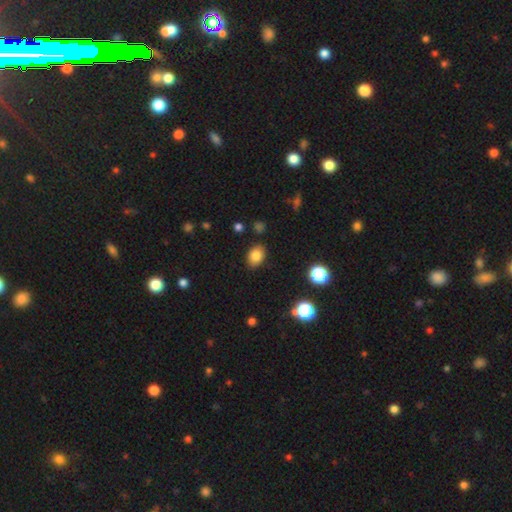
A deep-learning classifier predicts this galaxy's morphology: Smooth or featured? Predicted: smooth (p=0.83). How rounded? Predicted: in between (p=0.75). Merging? Predicted: none (p=0.86).